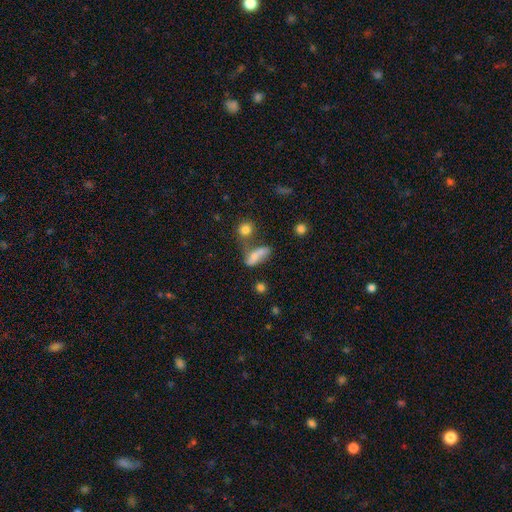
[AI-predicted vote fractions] Smooth or featured: smooth — 59% (featured or disk — 29%)
How rounded: in between — 68% (cigar-shaped — 23%)
Merging: none — 33% (merger — 31%)